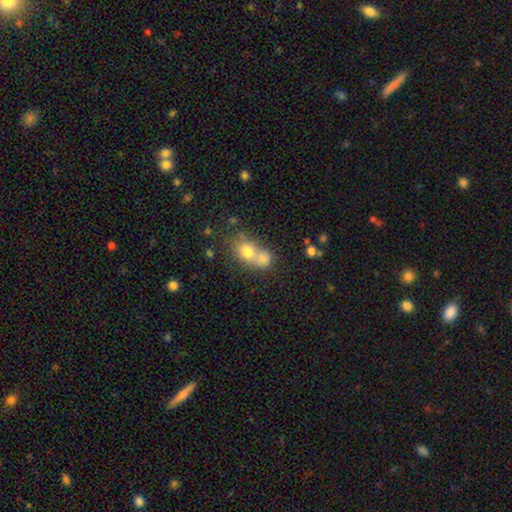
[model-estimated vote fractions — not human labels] smooth 67%, featured or disk 19%, star or artifact 13%. Down the decision tree: how rounded — round (60%); merging — merger (64%).